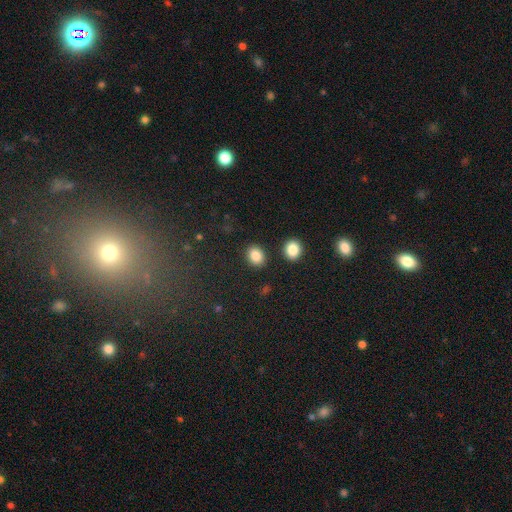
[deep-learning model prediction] Smooth or featured?
  - smooth: 86% *
  - star or artifact: 9%
  - featured or disk: 5%
How rounded?
  - in between: 54% *
  - round: 45%
  - cigar-shaped: 1%
Merging?
  - none: 84% *
  - minor disturbance: 8%
  - merger: 5%
  - major disturbance: 3%